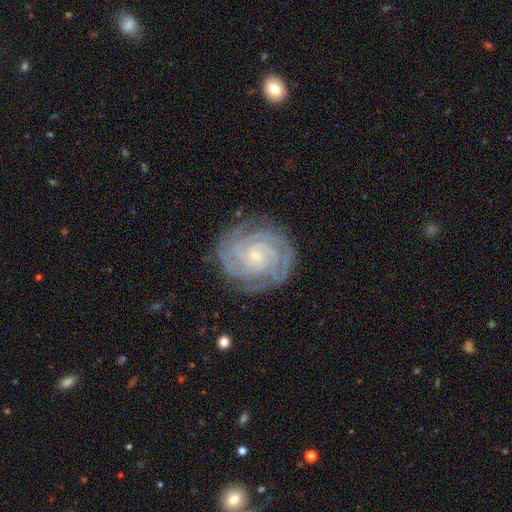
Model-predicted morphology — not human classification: A featured or disk galaxy (89%) with no bar (64%), 3 (24%) tight (85%) spiral arms (98%) and a small central bulge (78%). Merging: none (83%).